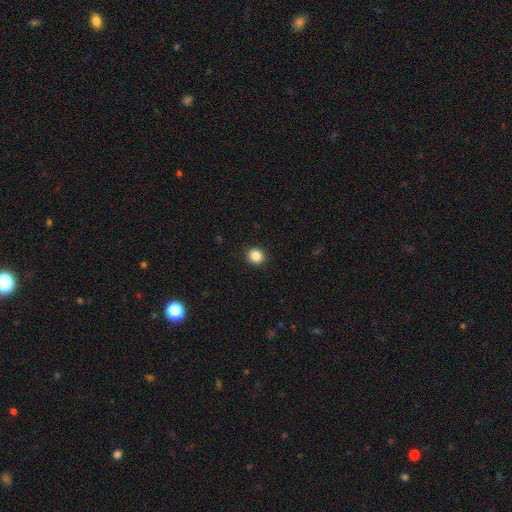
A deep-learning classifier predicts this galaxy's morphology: smooth-or-featured: smooth: 86% | star or artifact: 10% | featured or disk: 3%
  how-rounded: round: 87% | in between: 12% | cigar-shaped: 1%
  merging: none: 92% | minor disturbance: 5% | major disturbance: 2% | merger: 1%